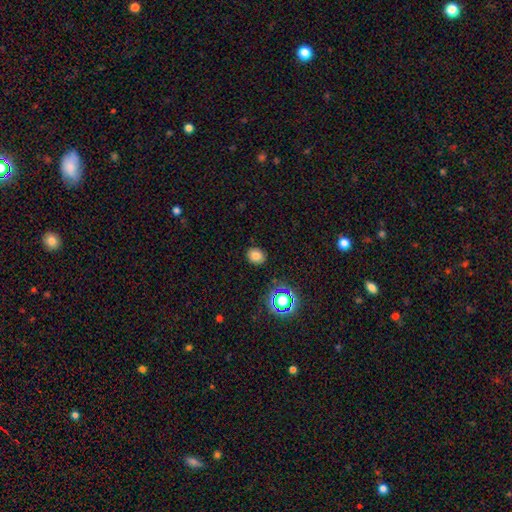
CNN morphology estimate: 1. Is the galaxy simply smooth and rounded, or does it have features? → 78% smooth, 15% star or artifact, 7% featured or disk.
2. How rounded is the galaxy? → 64% round, 35% in between, 1% cigar-shaped.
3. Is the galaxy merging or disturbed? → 88% none, 9% minor disturbance, 2% major disturbance, 2% merger.